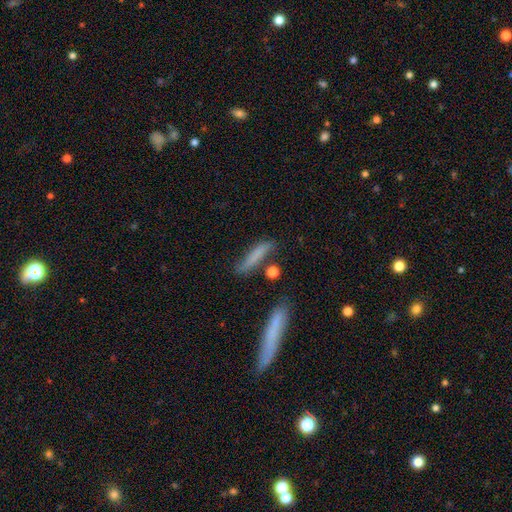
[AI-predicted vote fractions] Smooth or featured? smooth (71%)
How rounded? cigar-shaped (86%)
Merging? none (69%)